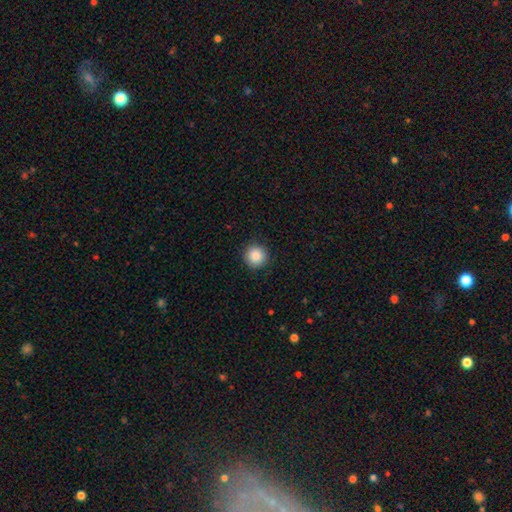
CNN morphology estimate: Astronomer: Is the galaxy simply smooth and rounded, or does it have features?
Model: smooth — 87%.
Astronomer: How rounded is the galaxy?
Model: round — 95%.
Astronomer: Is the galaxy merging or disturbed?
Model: none — 91%.